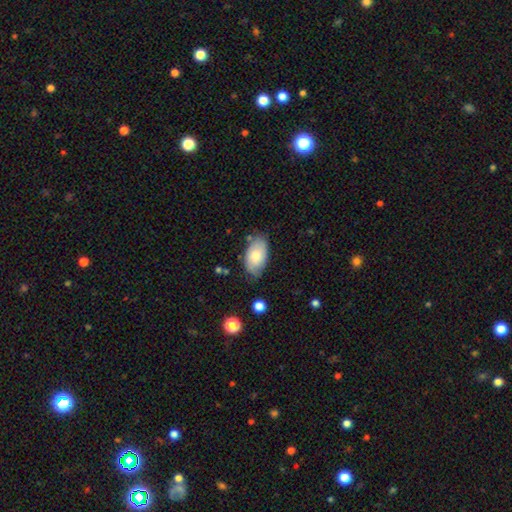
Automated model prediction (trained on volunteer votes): This is likely a smooth galaxy (69%). How rounded: clearly in between (94%). Merging: likely none (69%).